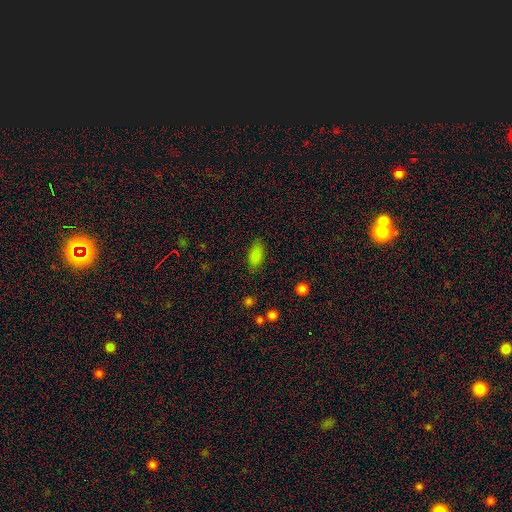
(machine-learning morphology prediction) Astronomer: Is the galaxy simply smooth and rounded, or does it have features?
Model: smooth — 85%.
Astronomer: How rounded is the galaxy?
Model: in between — 90%.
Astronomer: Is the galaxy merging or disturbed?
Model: none — 84%.